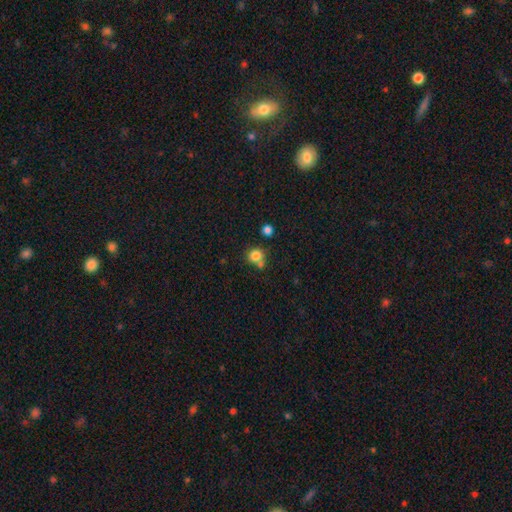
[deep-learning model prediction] Smooth or featured? Predicted: smooth (p=0.81). How rounded? Predicted: round (p=0.87). Merging? Predicted: none (p=0.59).